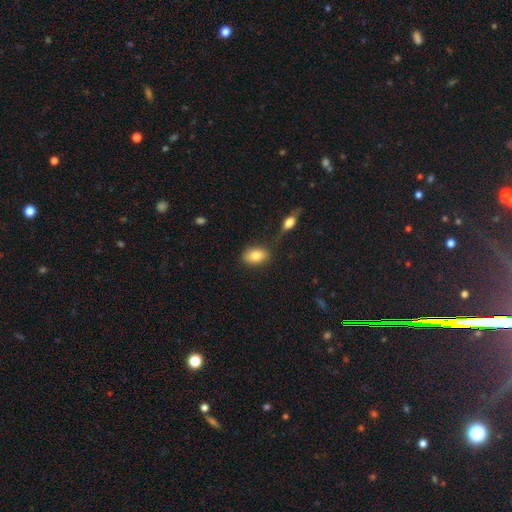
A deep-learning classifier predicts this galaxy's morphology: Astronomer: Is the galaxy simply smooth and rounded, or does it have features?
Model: smooth — 81%.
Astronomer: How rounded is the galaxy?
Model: in between — 87%.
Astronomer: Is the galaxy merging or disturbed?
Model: none — 77%.